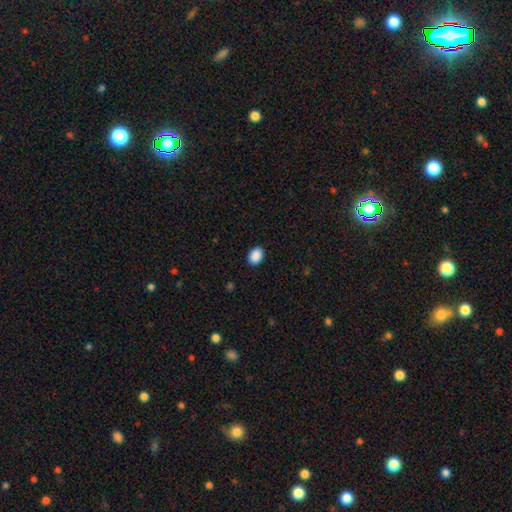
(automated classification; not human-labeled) This is clearly a smooth galaxy (90%). How rounded: likely in between (71%). Merging: clearly none (90%).